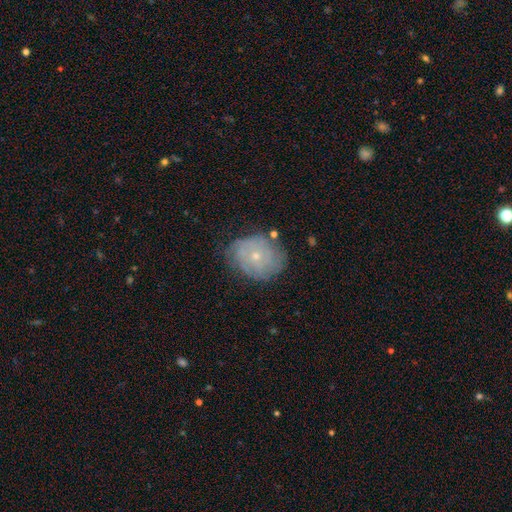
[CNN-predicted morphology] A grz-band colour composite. It shows a featured or disk galaxy (62%) with no bar (86%), spiral arms (76%) and a small central bulge (72%). Merging: none (67%).